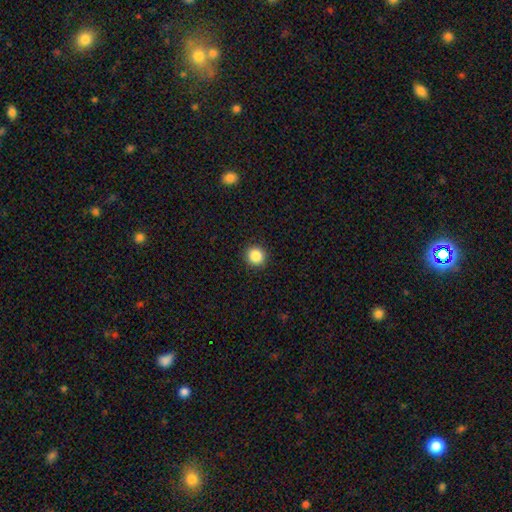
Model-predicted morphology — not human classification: The model was most divided on "smooth or featured": smooth: 87%, star or artifact: 10%, featured or disk: 4%. More confident: merging — none (92%); how rounded — round (91%).